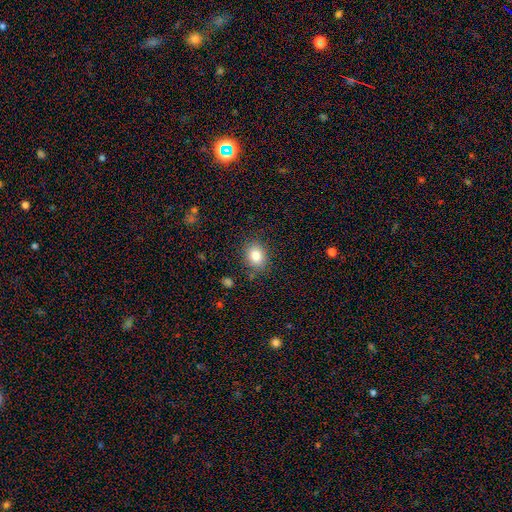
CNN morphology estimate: Overall: smooth (82%). How rounded: in between (52%; round 47%). Merging: none (85%).